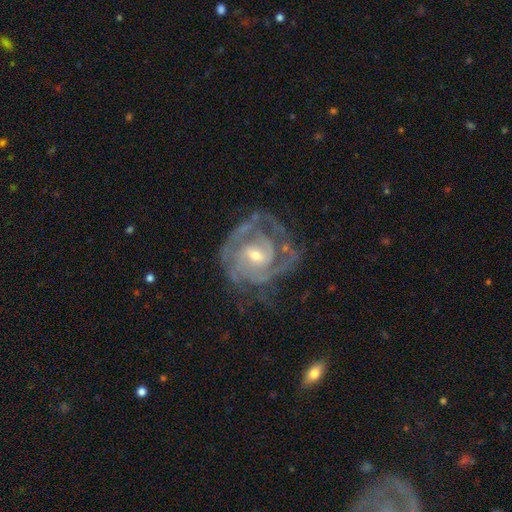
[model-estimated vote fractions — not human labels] This is clearly a featured or disk galaxy (88%). It is clearly not viewed edge-on (97%). Bar: possibly weak (47%). Spiral arm pattern: clearly yes (94%). Spiral arm count: marginally can't tell (30%, tied with 2). Spiral winding: likely tight (62%). Central bulge: possibly small (51%). Merging: possibly none (59%).